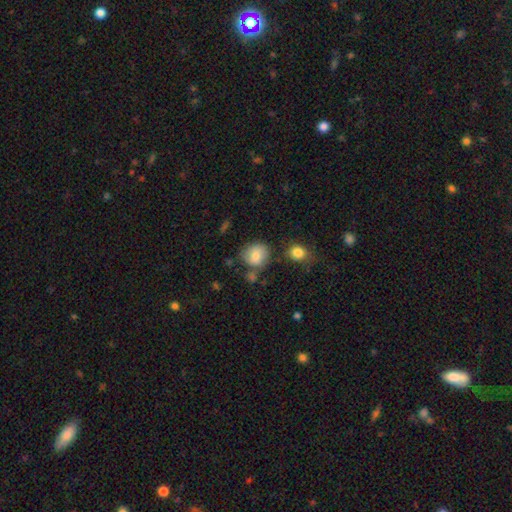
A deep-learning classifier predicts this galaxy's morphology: Smooth or featured? smooth (79%)
How rounded? round (78%)
Merging? none (65%)